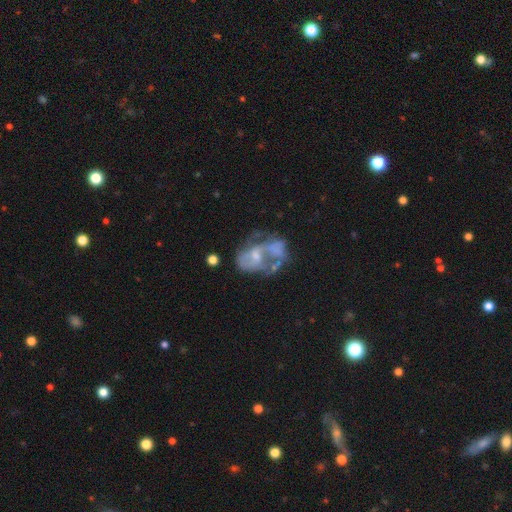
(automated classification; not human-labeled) Smooth or featured?
  - featured or disk: 70% *
  - smooth: 19%
  - star or artifact: 12%
Edge-on disk?
  - no: 97% *
  - yes: 3%
Bar?
  - no: 66% *
  - weak: 27%
  - strong: 7%
Spiral arms?
  - no: 51% *
  - yes: 49%
Bulge size?
  - small: 41% *
  - moderate: 36%
  - none: 18%
  - large: 3%
  - dominant: 1%
Merging?
  - merger: 30% *
  - none: 27%
  - major disturbance: 26%
  - minor disturbance: 16%